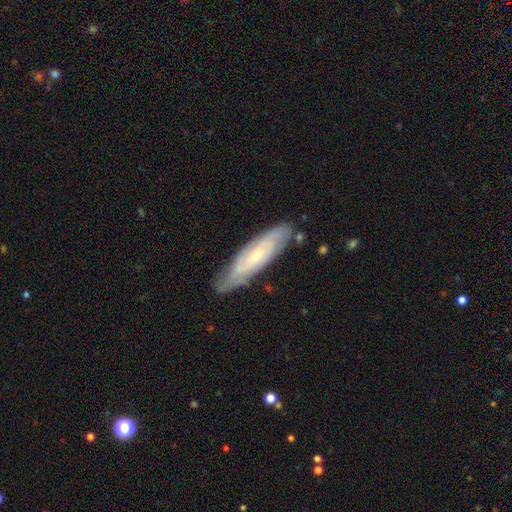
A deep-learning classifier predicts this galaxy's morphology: smooth_or_featured: featured or disk (p=0.62) [alt: smooth p=0.31]
disk_edge_on: no (p=0.68) [alt: yes p=0.32]
merging: none (p=0.78) [alt: minor disturbance p=0.17]